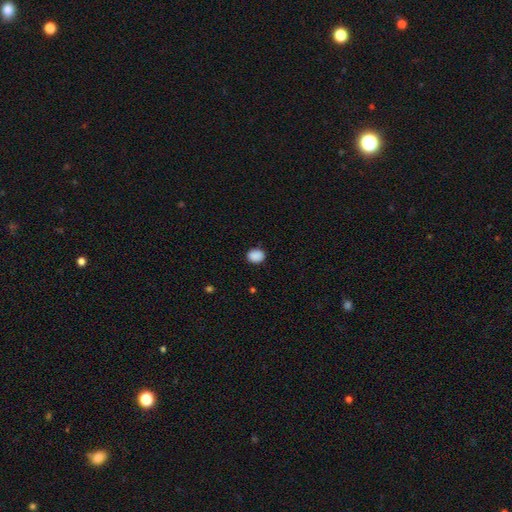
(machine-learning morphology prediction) Smooth or featured? Predicted: smooth (p=0.89). How rounded? Predicted: round (p=0.50). Merging? Predicted: none (p=0.86).